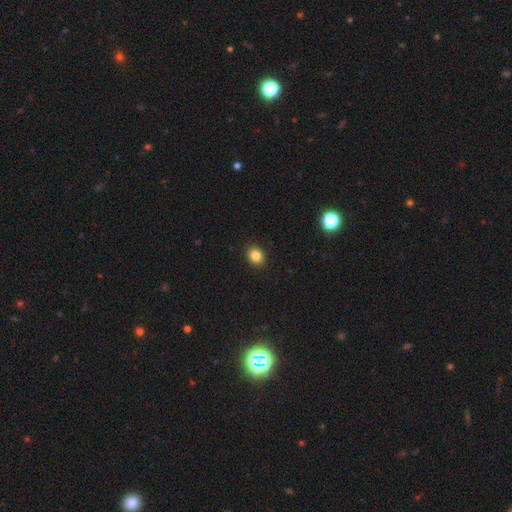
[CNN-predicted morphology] Q: Smooth or featured?
A: smooth (84%); runner-up: star or artifact (11%)
Q: How rounded?
A: round (56%); runner-up: in between (43%)
Q: Merging?
A: none (91%); runner-up: minor disturbance (7%)